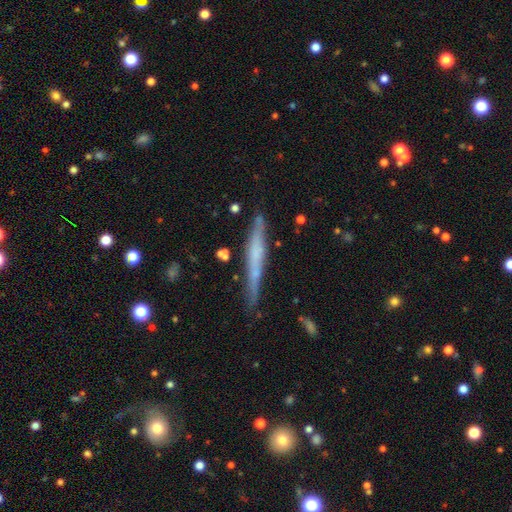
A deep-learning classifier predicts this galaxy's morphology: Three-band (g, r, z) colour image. It shows a featured or disk galaxy (51%) viewed edge-on (94%). Merging: none (78%).